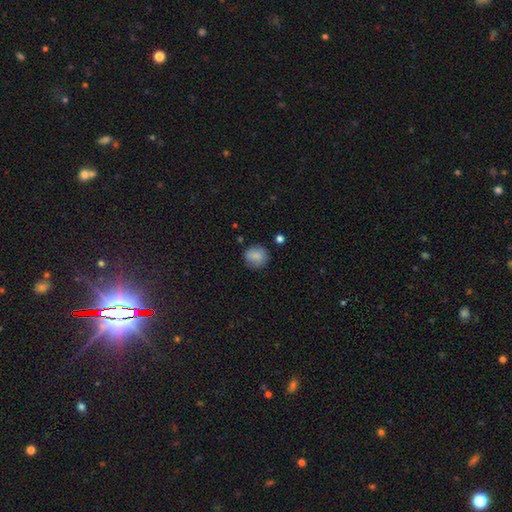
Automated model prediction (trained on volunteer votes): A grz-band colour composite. It shows a smooth galaxy with no disk features (84%) that is round (88%). Merging: none (80%).